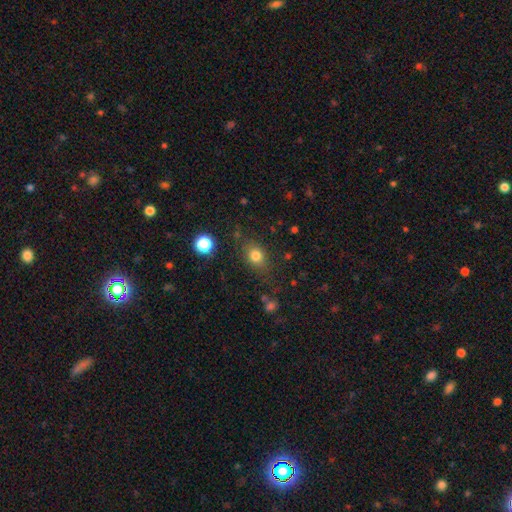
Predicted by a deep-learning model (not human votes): Smooth or featured?
  - smooth: 79% *
  - star or artifact: 13%
  - featured or disk: 8%
How rounded?
  - in between: 52% *
  - round: 46%
  - cigar-shaped: 2%
Merging?
  - none: 77% *
  - minor disturbance: 14%
  - major disturbance: 5%
  - merger: 3%